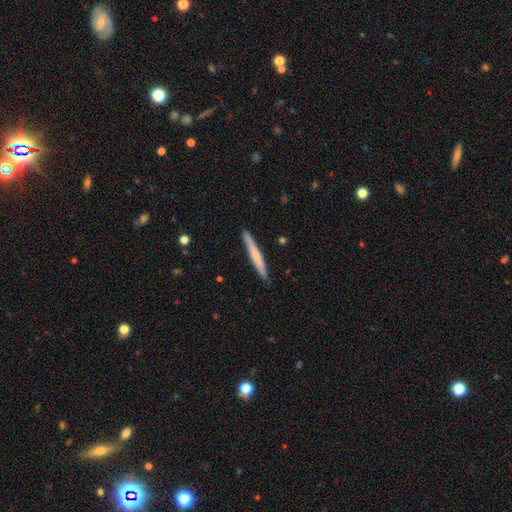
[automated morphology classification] smooth-or-featured: smooth: 57% | featured or disk: 38% | star or artifact: 5%
  how-rounded: cigar-shaped: 97% | in between: 2% | round: 1%
  merging: none: 90% | minor disturbance: 7% | major disturbance: 1% | merger: 1%